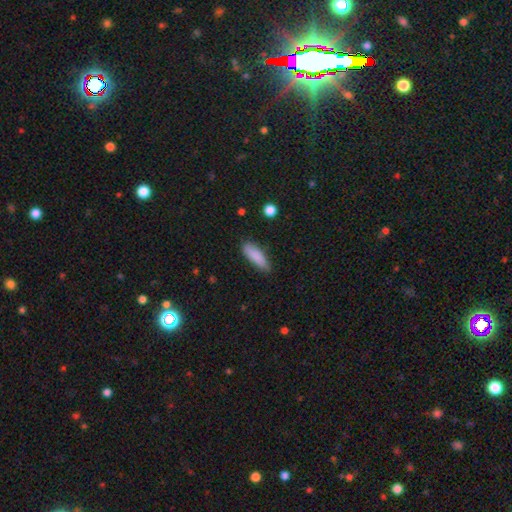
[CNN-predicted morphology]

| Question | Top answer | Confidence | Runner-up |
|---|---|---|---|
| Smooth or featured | smooth | 87% | featured or disk (7%) |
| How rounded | in between | 52% | cigar-shaped (46%) |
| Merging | none | 81% | minor disturbance (15%) |